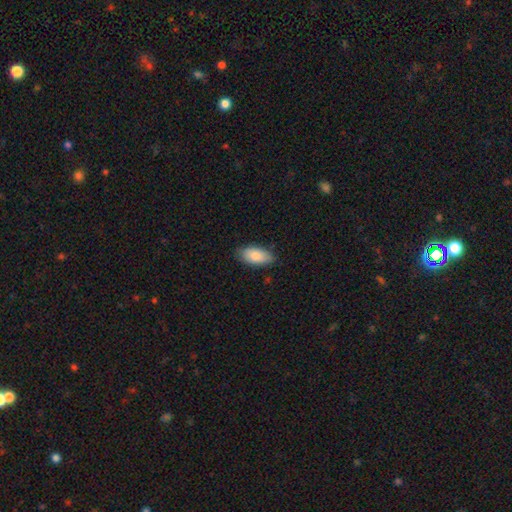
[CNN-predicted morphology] smooth-or-featured: smooth: 85% | featured or disk: 9% | star or artifact: 6%
  how-rounded: in between: 92% | cigar-shaped: 6% | round: 2%
  merging: none: 82% | minor disturbance: 14% | major disturbance: 2% | merger: 1%